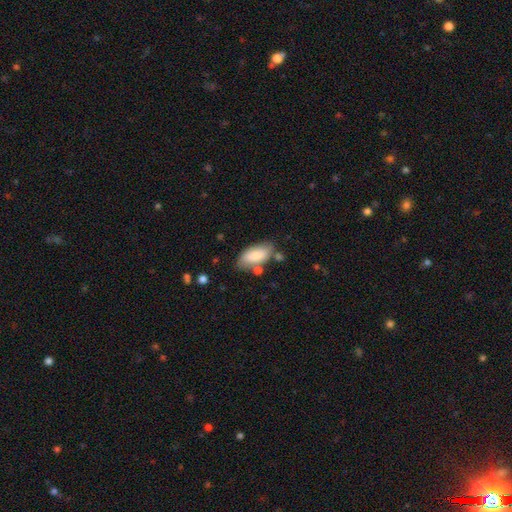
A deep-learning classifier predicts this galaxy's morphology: Overall: smooth (80%). How rounded: in between (91%). Merging: none (63%).